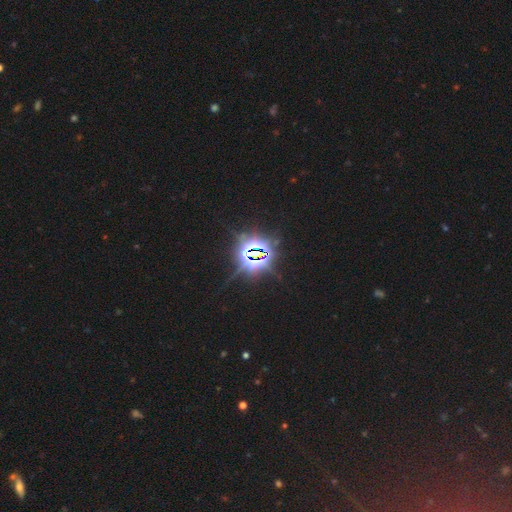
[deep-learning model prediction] Smooth or featured: star or artifact — 85% (smooth — 8%)